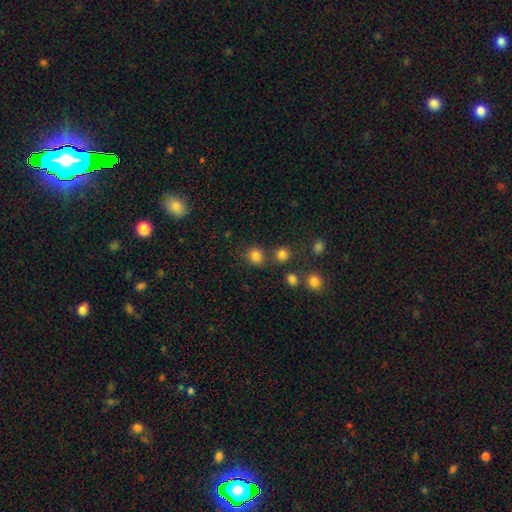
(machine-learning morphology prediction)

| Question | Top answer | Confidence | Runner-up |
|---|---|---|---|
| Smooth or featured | smooth | 81% | star or artifact (14%) |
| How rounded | round | 83% | in between (16%) |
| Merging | none | 75% | merger (12%) |